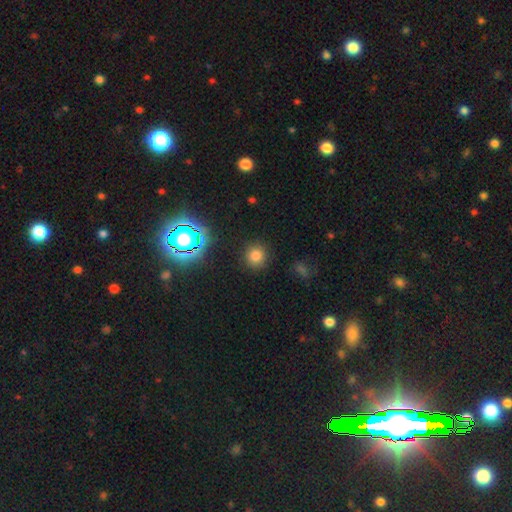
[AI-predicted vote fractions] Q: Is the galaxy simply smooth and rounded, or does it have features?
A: smooth — 75%.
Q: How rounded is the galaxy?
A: round — 92%.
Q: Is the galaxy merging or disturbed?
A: none — 89%.